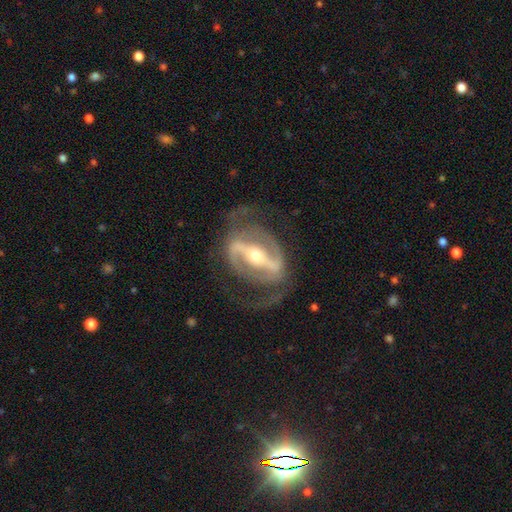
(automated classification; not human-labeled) Smooth or featured? featured or disk (87%)
Edge-on disk? no (90%)
Bar? strong (75%)
Spiral arms? yes (80%)
Spiral winding? medium (47%)
Spiral arm count? 2 (82%)
Bulge size? moderate (62%)
Merging? none (64%)